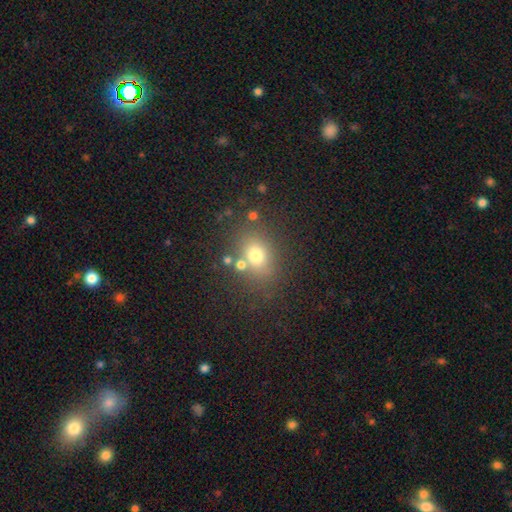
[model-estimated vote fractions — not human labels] smooth-or-featured: smooth: 72% | star or artifact: 16% | featured or disk: 12%
  how-rounded: round: 54% | in between: 45% | cigar-shaped: 1%
  merging: none: 72% | minor disturbance: 12% | merger: 10% | major disturbance: 6%